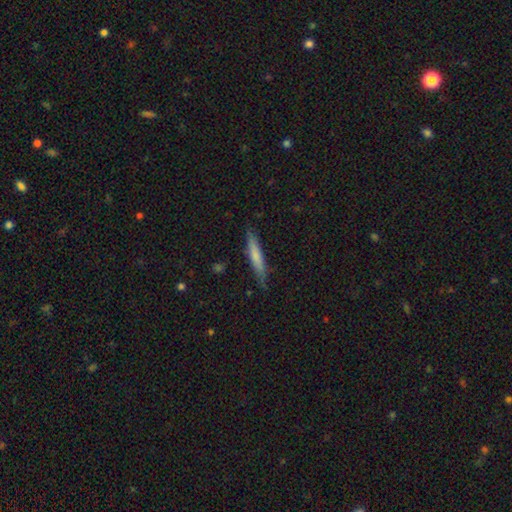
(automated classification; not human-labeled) The model was most divided on "smooth or featured": smooth: 66%, featured or disk: 28%, star or artifact: 6%. More confident: how rounded — cigar-shaped (91%); merging — none (82%).